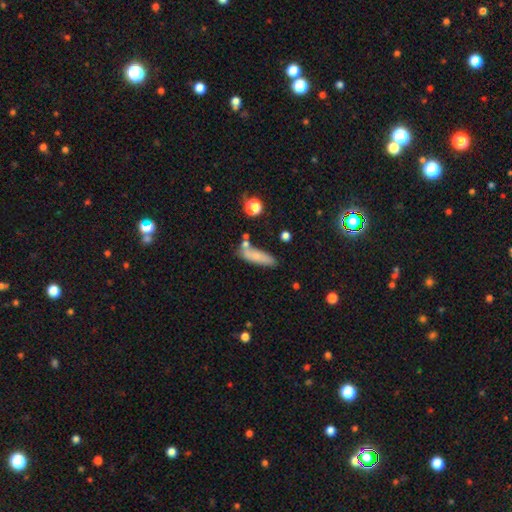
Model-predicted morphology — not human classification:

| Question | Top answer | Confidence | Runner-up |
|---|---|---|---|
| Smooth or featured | smooth | 75% | featured or disk (16%) |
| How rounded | cigar-shaped | 55% | in between (42%) |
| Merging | none | 58% | minor disturbance (22%) |